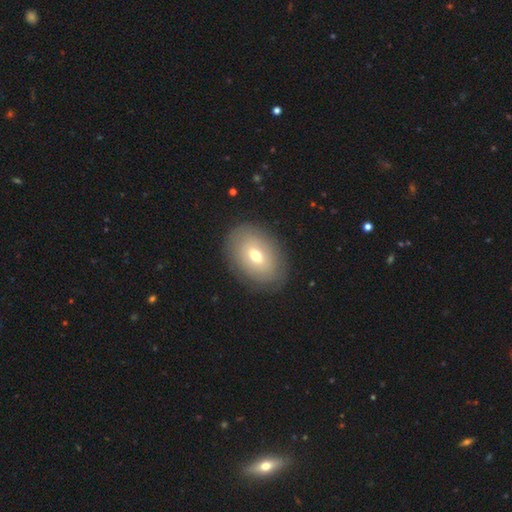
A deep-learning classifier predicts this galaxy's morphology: Smooth or featured: smooth — 56% (featured or disk — 35%)
How rounded: in between — 80% (round — 19%)
Merging: none — 84% (minor disturbance — 11%)